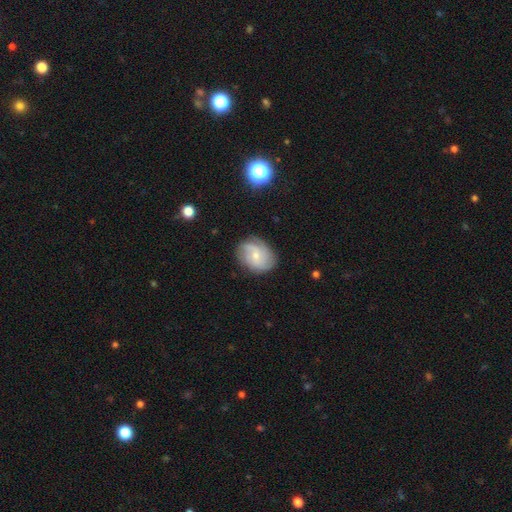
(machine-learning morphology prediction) smooth-or-featured: featured or disk: 64% | smooth: 29% | star or artifact: 7%
  disk-edge-on: no: 97% | yes: 3%
    bar: no: 55% | weak: 39% | strong: 6%
    has-spiral-arms: yes: 91% | no: 9%
      spiral-winding: medium: 43% | tight: 36% | loose: 22%
      spiral-arm-count: 2: 35% | can't tell: 28% | 3: 22% | 4: 6% | 1: 5% | more than 4: 4%
    bulge-size: small: 66% | moderate: 29% | none: 2% | large: 1% | dominant: 1%
  merging: none: 76% | minor disturbance: 17% | major disturbance: 6% | merger: 1%